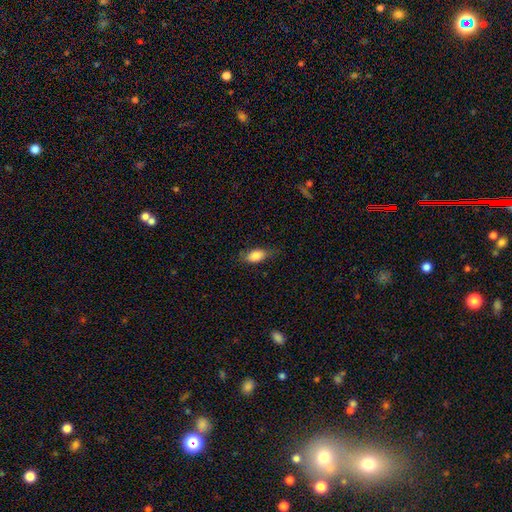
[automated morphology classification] This appears to be a smooth galaxy with no disk features (83%) that is in between round and cigar-shaped (87%). Merging: none (70%).